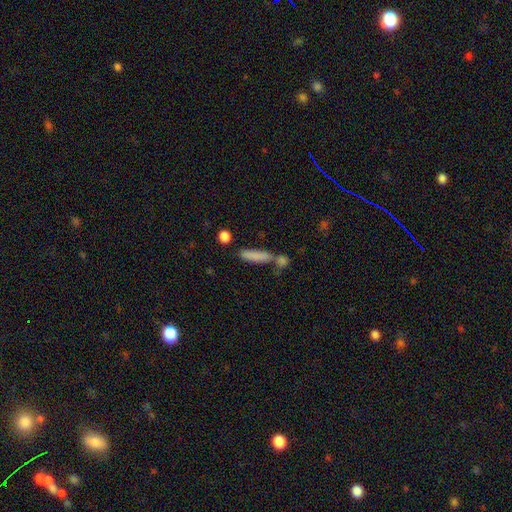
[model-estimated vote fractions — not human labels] Q: Smooth or featured?
A: smooth (81%); runner-up: featured or disk (11%)
Q: How rounded?
A: cigar-shaped (76%); runner-up: in between (22%)
Q: Merging?
A: none (57%); runner-up: merger (25%)